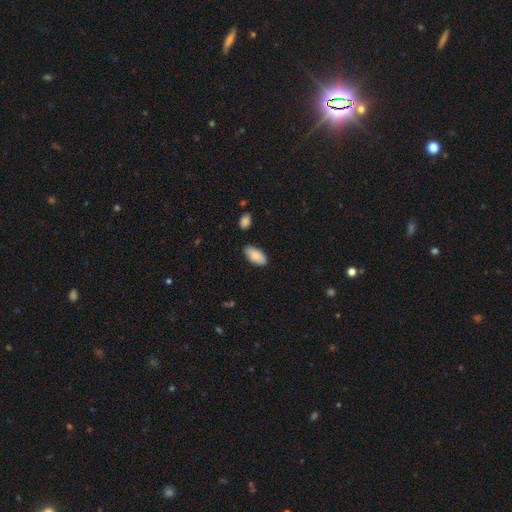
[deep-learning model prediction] A smooth galaxy with no disk features (86%) that is in between round and cigar-shaped (94%). Merging: none (80%).